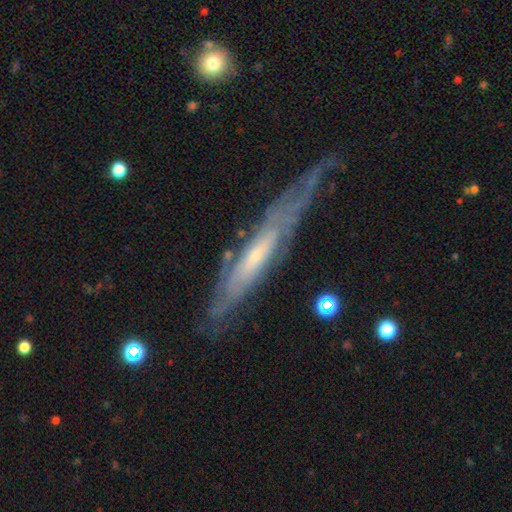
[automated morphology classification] Smooth or featured: featured or disk — 77% (smooth — 16%)
Edge-on disk: yes — 59% (no — 41%)
Merging: none — 63% (minor disturbance — 25%)